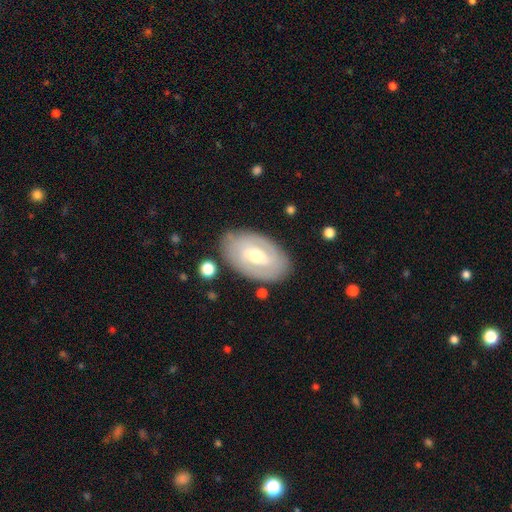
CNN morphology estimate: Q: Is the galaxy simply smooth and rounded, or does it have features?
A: featured or disk — 69%.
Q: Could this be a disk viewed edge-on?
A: no — 93%.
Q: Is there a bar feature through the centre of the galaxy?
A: weak — 47%.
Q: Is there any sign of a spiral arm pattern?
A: yes — 63%.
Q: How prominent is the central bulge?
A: moderate — 67%.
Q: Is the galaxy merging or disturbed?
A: none — 80%.